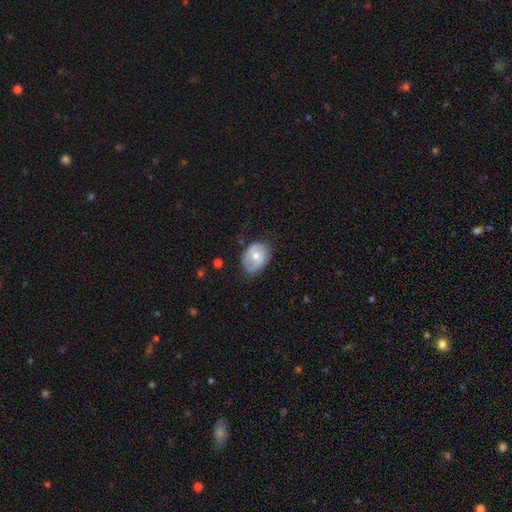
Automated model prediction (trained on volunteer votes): A smooth galaxy with no disk features (47%, tied with featured or disk). Merging: none (63%).